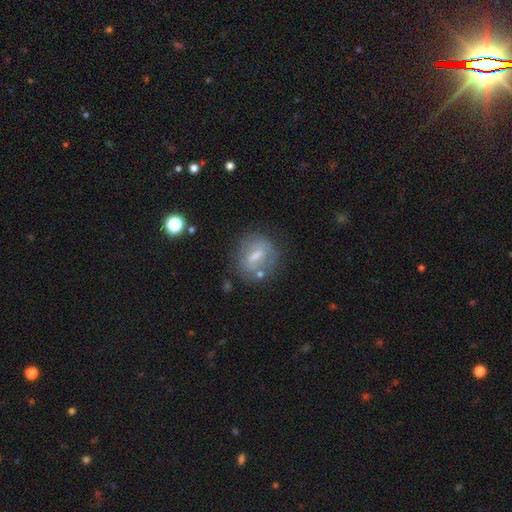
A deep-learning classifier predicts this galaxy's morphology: smooth_or_featured: featured or disk (p=0.47) [alt: smooth p=0.44]
merging: none (p=0.66) [alt: minor disturbance p=0.18]